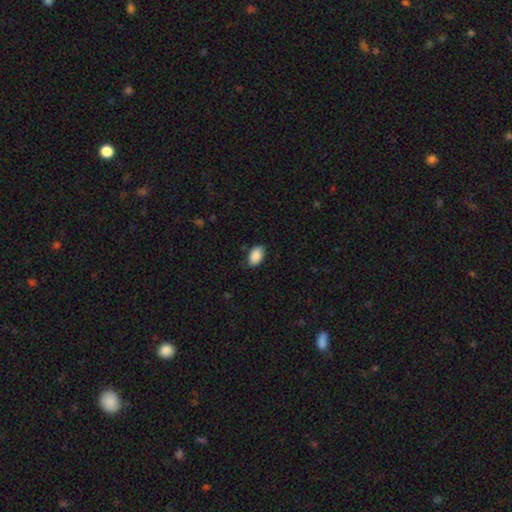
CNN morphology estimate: Overall: smooth (90%). How rounded: in between (93%). Merging: none (83%).